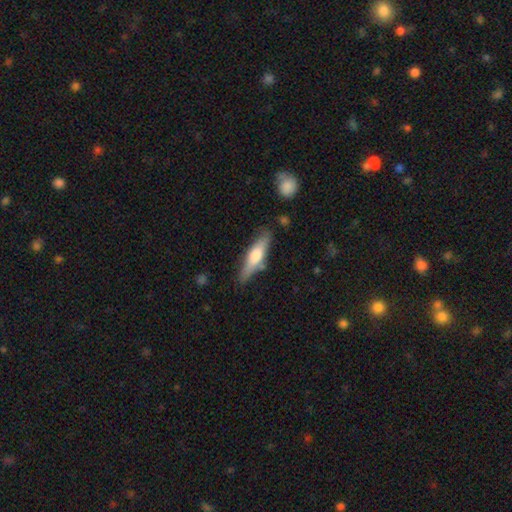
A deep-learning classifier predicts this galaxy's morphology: This is possibly a smooth galaxy (54%). How rounded: likely cigar-shaped (69%). Merging: likely none (74%).